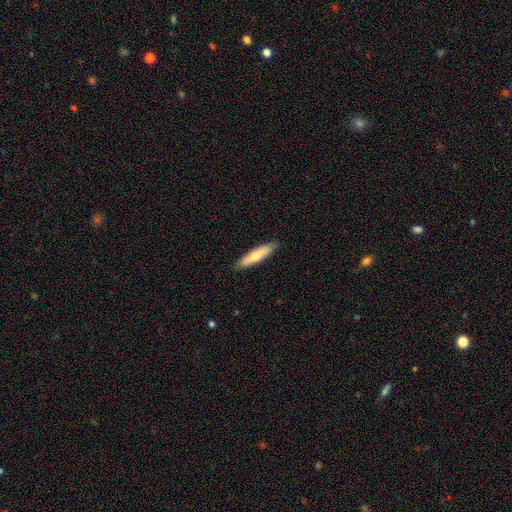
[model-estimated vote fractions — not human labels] smooth_or_featured: smooth (p=0.71) [alt: featured or disk p=0.24]
how_rounded: cigar-shaped (p=0.82) [alt: in between p=0.17]
merging: none (p=0.87) [alt: minor disturbance p=0.10]